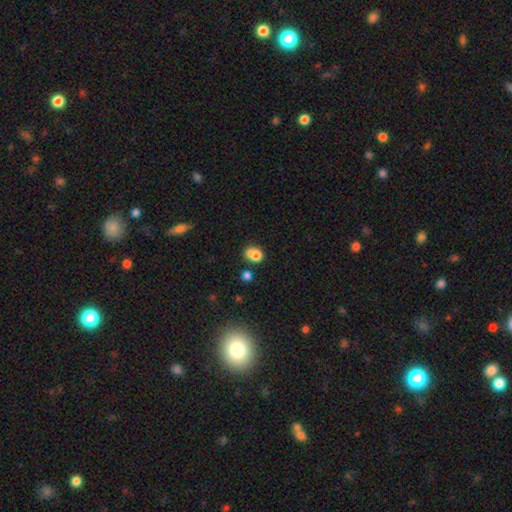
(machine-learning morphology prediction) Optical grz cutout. It shows a smooth galaxy with no disk features (73%) that is round (62%). Merging: merger (41%).